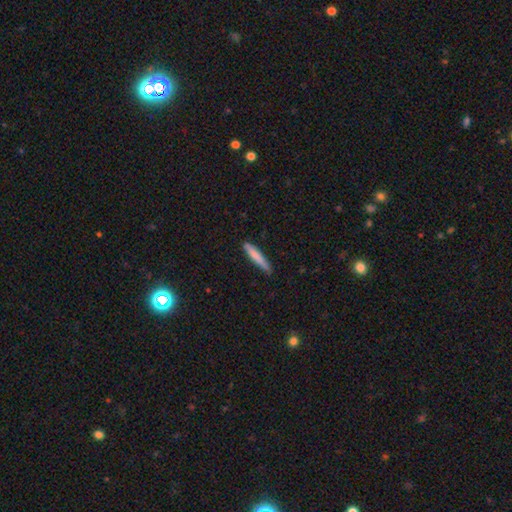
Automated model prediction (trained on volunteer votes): smooth_or_featured: smooth (p=0.78) [alt: featured or disk p=0.17]
how_rounded: cigar-shaped (p=0.94) [alt: in between p=0.05]
merging: none (p=0.83) [alt: minor disturbance p=0.13]